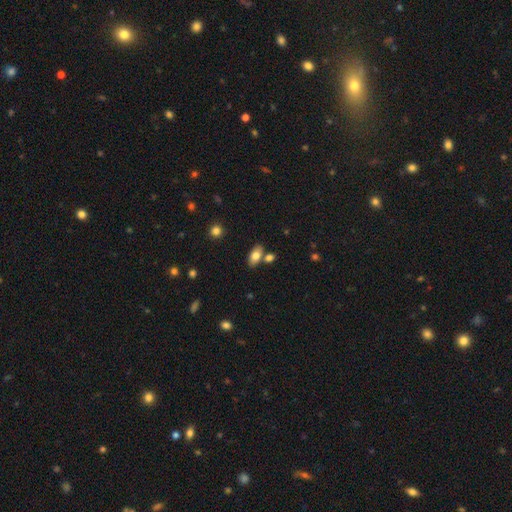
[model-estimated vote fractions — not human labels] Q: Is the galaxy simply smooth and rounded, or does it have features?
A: smooth — 79%.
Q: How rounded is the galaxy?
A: in between — 91%.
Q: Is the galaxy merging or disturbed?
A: none — 70%.